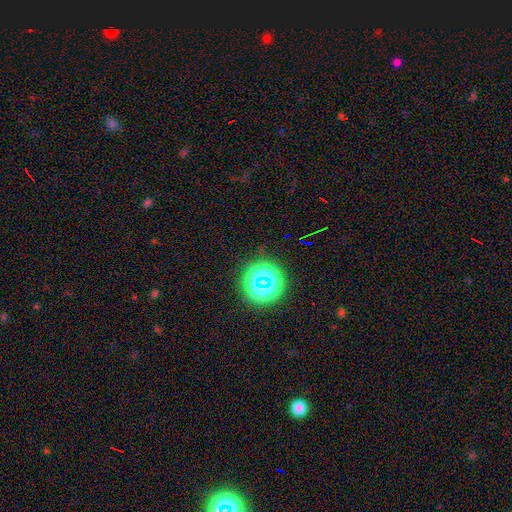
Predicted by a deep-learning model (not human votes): Morphology: type=star or artifact (79%).